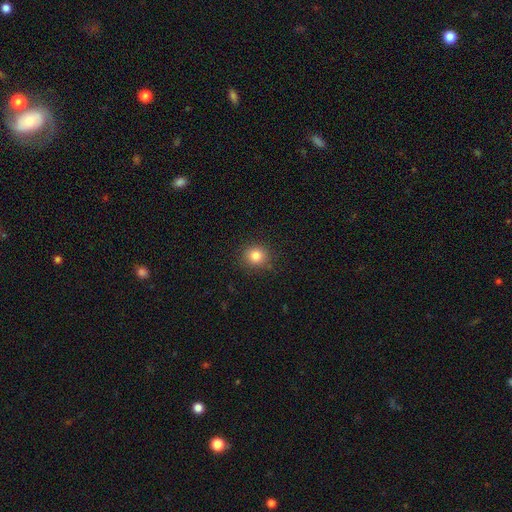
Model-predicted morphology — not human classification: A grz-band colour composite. It shows a smooth galaxy with no disk features (82%) that is round (85%). Merging: none (87%).